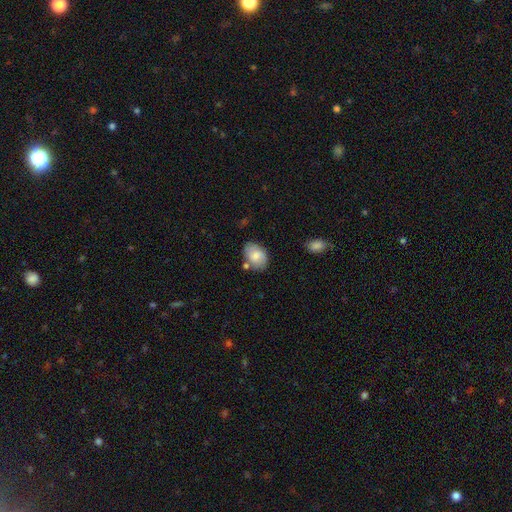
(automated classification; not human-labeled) This appears to be a smooth galaxy with no disk features (73%) that is in between round and cigar-shaped (81%). Merging: none (66%).